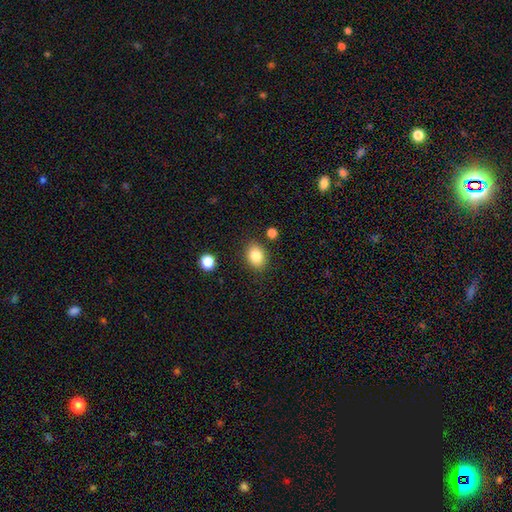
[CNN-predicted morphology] Smooth or featured?
  - smooth: 85% *
  - star or artifact: 9%
  - featured or disk: 6%
How rounded?
  - in between: 64% *
  - round: 35%
  - cigar-shaped: 1%
Merging?
  - none: 85% *
  - minor disturbance: 10%
  - merger: 3%
  - major disturbance: 3%